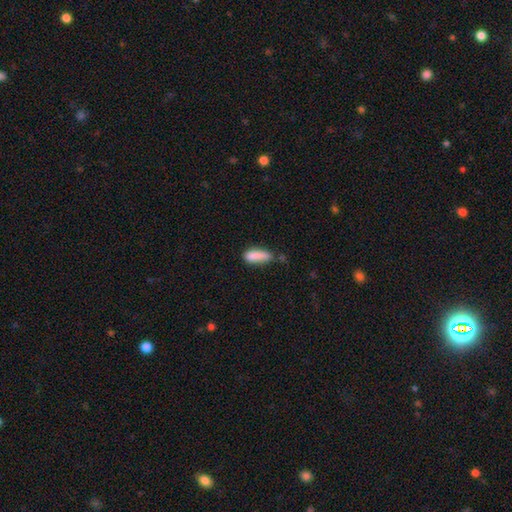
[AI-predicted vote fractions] smooth-or-featured: smooth: 85% | star or artifact: 8% | featured or disk: 7%
  how-rounded: in between: 52% | cigar-shaped: 46% | round: 2%
  merging: none: 53% | minor disturbance: 31% | merger: 8% | major disturbance: 8%